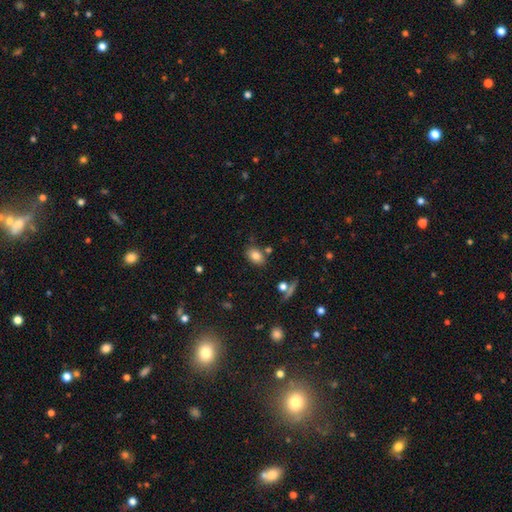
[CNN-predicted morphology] smooth_or_featured: smooth (p=0.80) [alt: star or artifact p=0.11]
how_rounded: in between (p=0.82) [alt: round p=0.17]
merging: none (p=0.76) [alt: minor disturbance p=0.13]